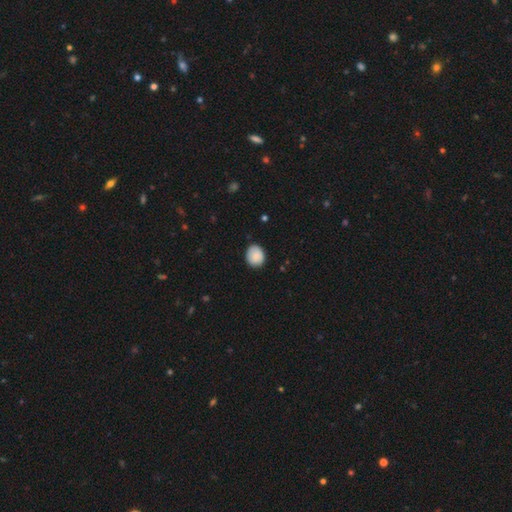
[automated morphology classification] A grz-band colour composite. It shows a smooth galaxy with no disk features (87%) that is round (65%). Merging: none (82%).